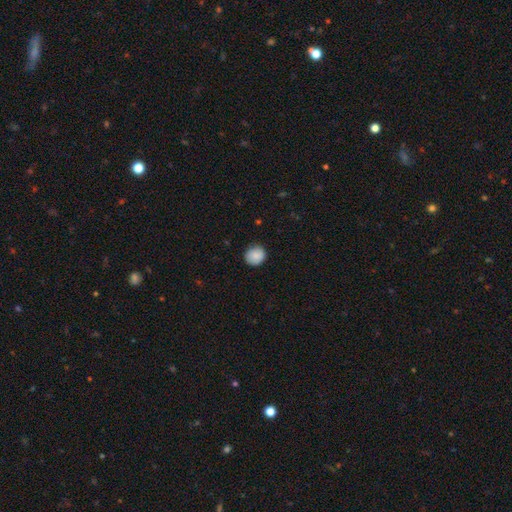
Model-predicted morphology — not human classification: Q: Smooth or featured?
A: smooth (88%); runner-up: star or artifact (8%)
Q: How rounded?
A: round (86%); runner-up: in between (14%)
Q: Merging?
A: none (85%); runner-up: minor disturbance (11%)